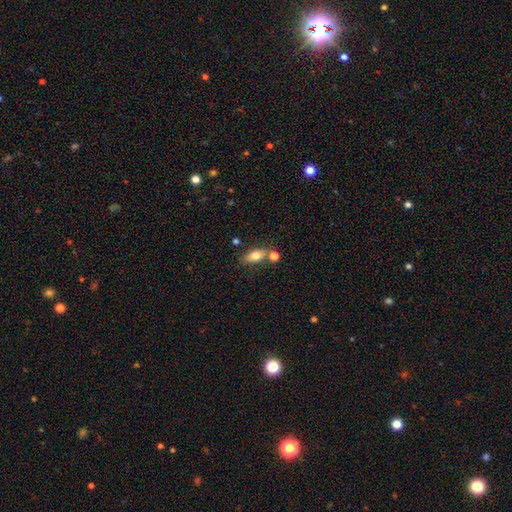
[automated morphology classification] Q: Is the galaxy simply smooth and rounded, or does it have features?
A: smooth — 71%.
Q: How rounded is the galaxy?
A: in between — 77%.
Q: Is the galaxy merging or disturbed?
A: none — 65%.